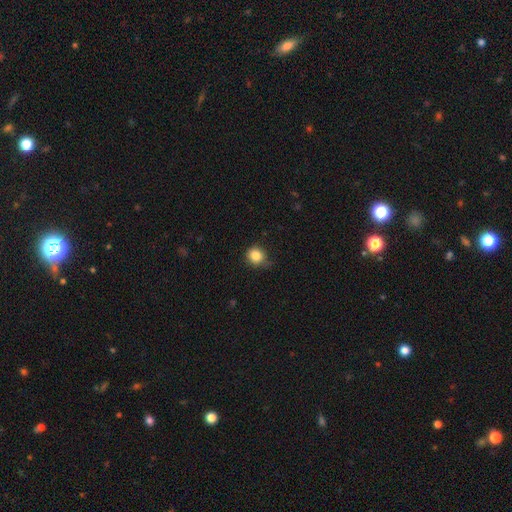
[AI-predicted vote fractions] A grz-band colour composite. It shows a smooth galaxy with no disk features (84%) that is round (87%). Merging: none (69%).